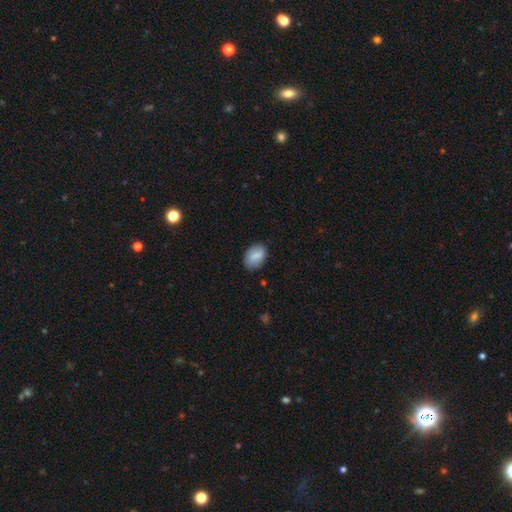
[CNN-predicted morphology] Smooth or featured? Predicted: smooth (p=0.81). How rounded? Predicted: in between (p=0.83). Merging? Predicted: none (p=0.78).